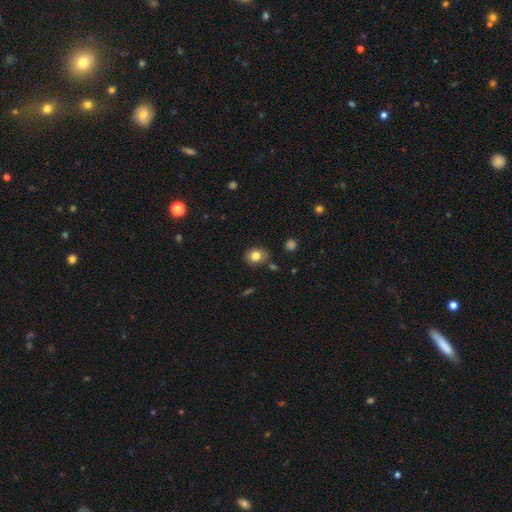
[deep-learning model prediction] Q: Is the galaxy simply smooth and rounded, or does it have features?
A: smooth — 80%.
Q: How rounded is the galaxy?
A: in between — 52%.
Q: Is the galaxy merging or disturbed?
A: none — 81%.